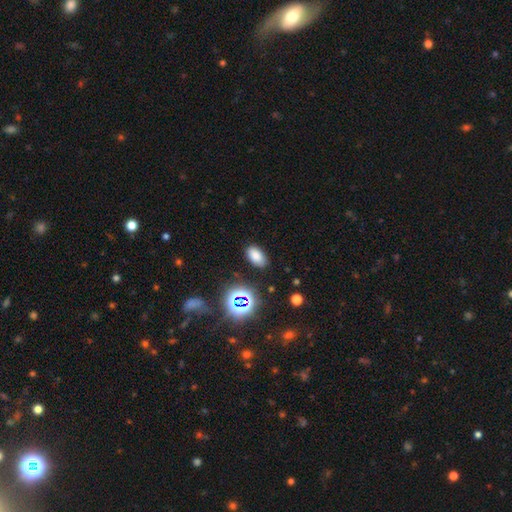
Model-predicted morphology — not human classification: Smooth or featured?
  - smooth: 76% *
  - star or artifact: 18%
  - featured or disk: 6%
How rounded?
  - in between: 91% *
  - round: 7%
  - cigar-shaped: 2%
Merging?
  - none: 84% *
  - minor disturbance: 11%
  - major disturbance: 3%
  - merger: 2%